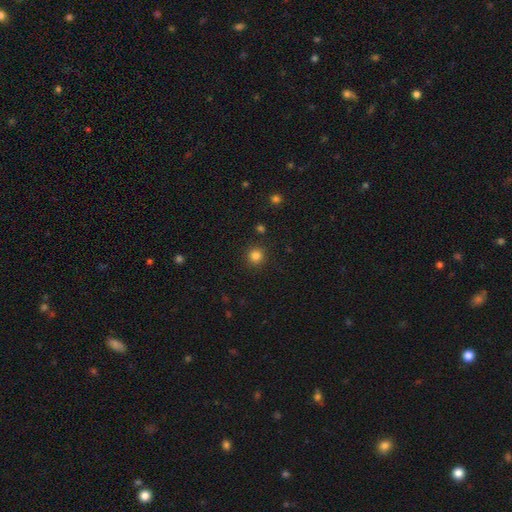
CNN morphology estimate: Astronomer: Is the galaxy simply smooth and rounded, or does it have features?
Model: smooth — 83%.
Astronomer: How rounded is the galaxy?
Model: round — 94%.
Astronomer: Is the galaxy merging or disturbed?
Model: none — 90%.